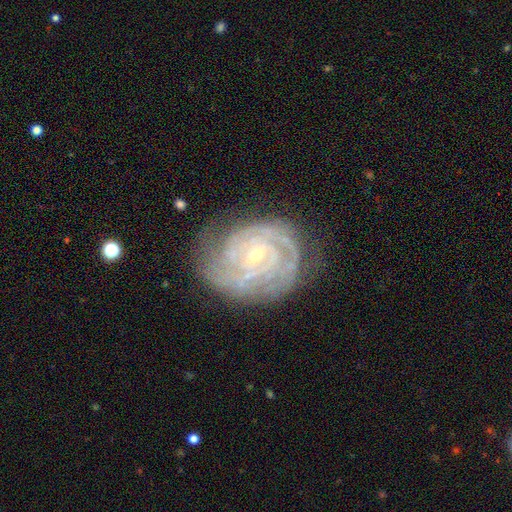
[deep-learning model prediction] Morphology: type=featured or disk (88%); edge-on=no (97%); bar=no (55%); spiral arms=yes (97%); winding=tight (79%); arm count=can't tell (28%); bulge=small (71%); merging=none (69%).